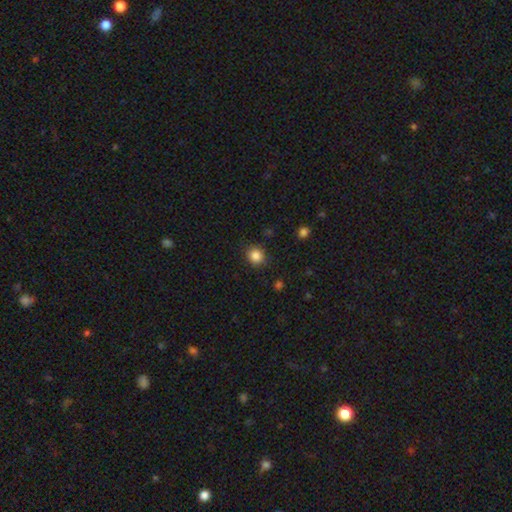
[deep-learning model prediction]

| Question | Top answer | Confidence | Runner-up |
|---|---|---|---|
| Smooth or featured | smooth | 85% | star or artifact (11%) |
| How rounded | round | 81% | in between (18%) |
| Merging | none | 87% | minor disturbance (9%) |